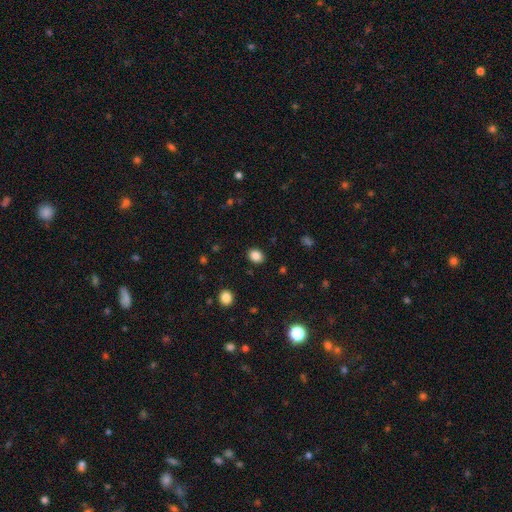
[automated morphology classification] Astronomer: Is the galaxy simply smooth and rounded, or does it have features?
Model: smooth — 86%.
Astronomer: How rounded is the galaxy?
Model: in between — 55% (runner-up: round, 44%).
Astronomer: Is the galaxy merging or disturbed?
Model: none — 88%.